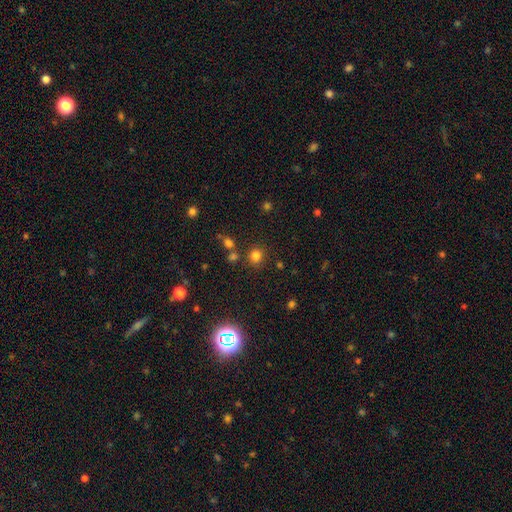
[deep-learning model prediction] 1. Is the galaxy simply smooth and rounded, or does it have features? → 77% smooth, 17% star or artifact, 5% featured or disk.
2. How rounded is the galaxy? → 86% round, 13% in between, 1% cigar-shaped.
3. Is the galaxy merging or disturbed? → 80% none, 8% minor disturbance, 8% merger, 3% major disturbance.